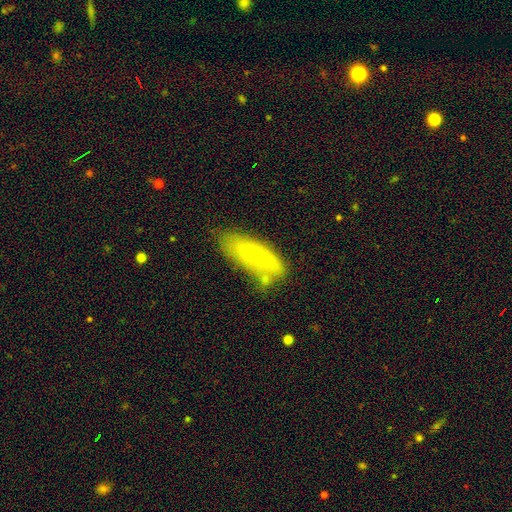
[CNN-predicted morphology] smooth 63%, featured or disk 28%, star or artifact 9%. Down the decision tree: how rounded — in between (67%); merging — none (64%).